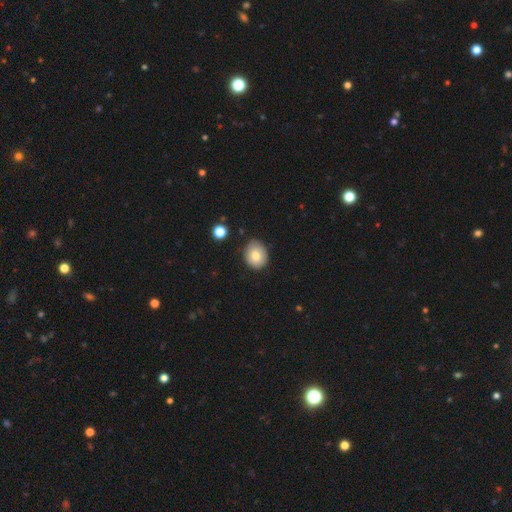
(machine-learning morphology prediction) Q: Smooth or featured?
A: smooth (79%); runner-up: featured or disk (12%)
Q: How rounded?
A: round (62%); runner-up: in between (38%)
Q: Merging?
A: none (82%); runner-up: minor disturbance (14%)